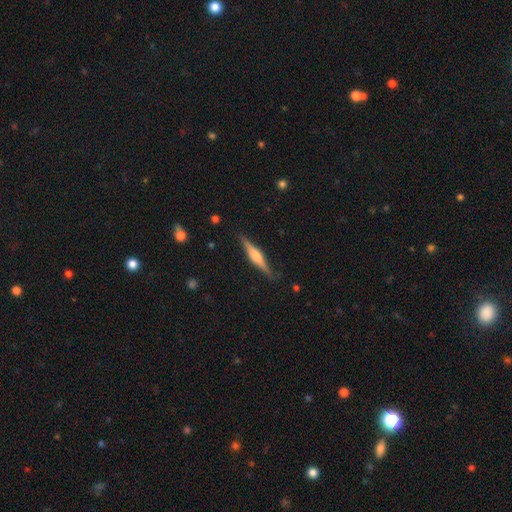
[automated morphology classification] This is likely a featured or disk galaxy (68%). It is clearly viewed edge-on (97%). Edge-on bulge: likely rounded (76%). Merging: clearly none (87%).